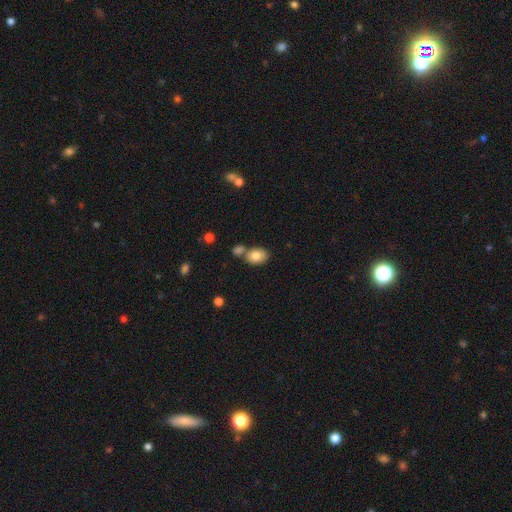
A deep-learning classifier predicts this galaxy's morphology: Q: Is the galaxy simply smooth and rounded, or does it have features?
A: smooth — 80%.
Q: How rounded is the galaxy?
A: in between — 68%.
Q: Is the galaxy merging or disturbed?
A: none — 57%.